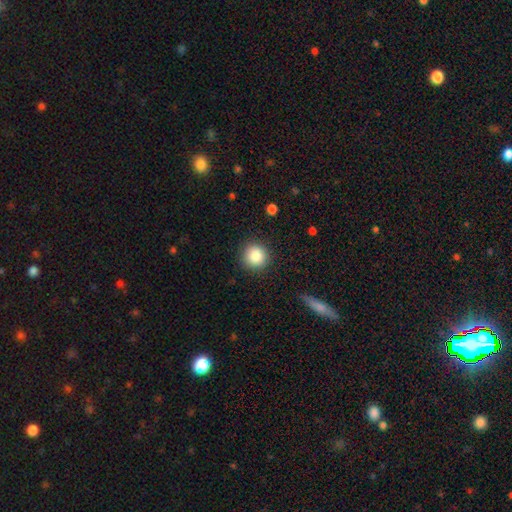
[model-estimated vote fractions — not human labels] Smooth or featured? Predicted: smooth (p=0.86). How rounded? Predicted: round (p=0.94). Merging? Predicted: none (p=0.90).